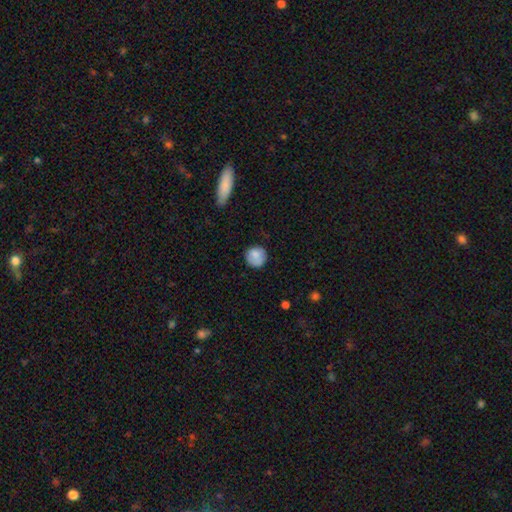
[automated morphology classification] smooth-or-featured: smooth: 83% | featured or disk: 10% | star or artifact: 8%
  how-rounded: round: 91% | in between: 8% | cigar-shaped: 1%
  merging: none: 75% | minor disturbance: 19% | major disturbance: 4% | merger: 2%